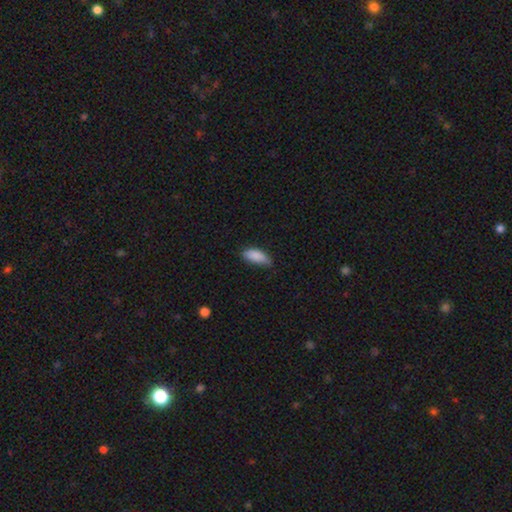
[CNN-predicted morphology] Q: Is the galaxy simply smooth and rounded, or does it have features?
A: smooth — 88%.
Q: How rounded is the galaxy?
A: in between — 84%.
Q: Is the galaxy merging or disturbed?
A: none — 59%.